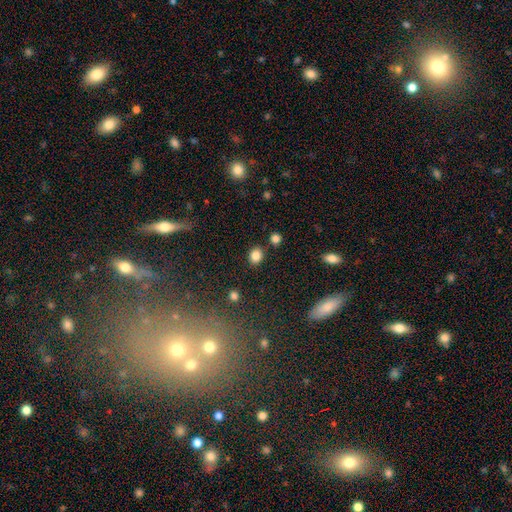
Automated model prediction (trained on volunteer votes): smooth 84%, star or artifact 11%, featured or disk 5%. Down the decision tree: how rounded — round (63%); merging — none (84%).